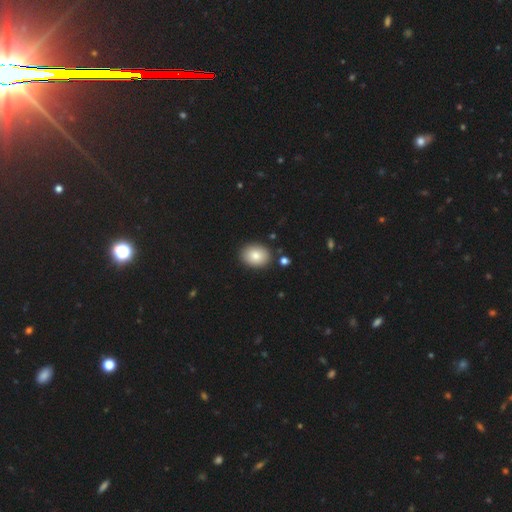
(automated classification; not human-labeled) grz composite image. It shows a smooth galaxy with no disk features (83%) that is in between round and cigar-shaped (60%). Merging: none (88%).